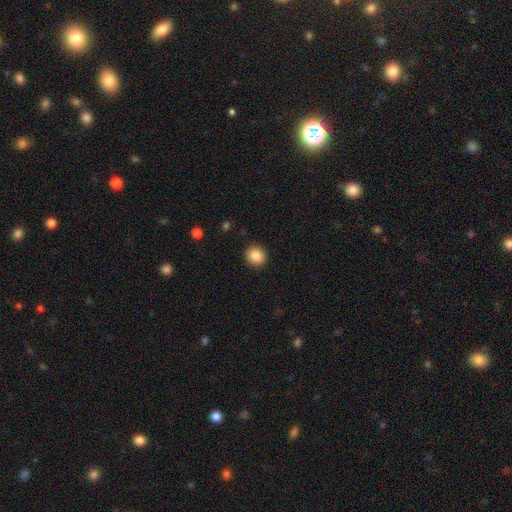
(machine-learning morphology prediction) A smooth galaxy with no disk features (87%) that is round (90%). Merging: none (92%).